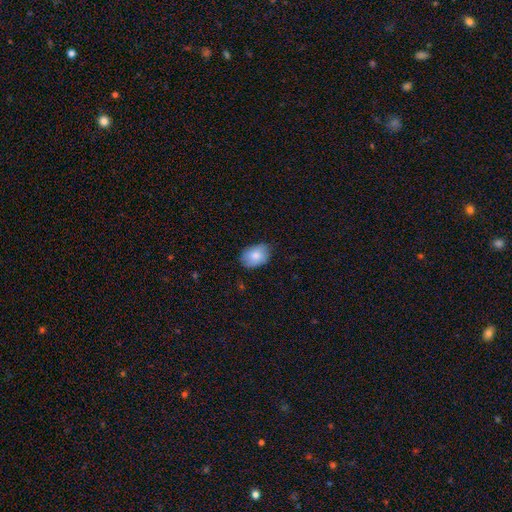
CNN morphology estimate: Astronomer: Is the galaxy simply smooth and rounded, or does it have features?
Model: smooth — 81%.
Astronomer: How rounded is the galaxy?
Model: in between — 78%.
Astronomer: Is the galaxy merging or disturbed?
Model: none — 75%.